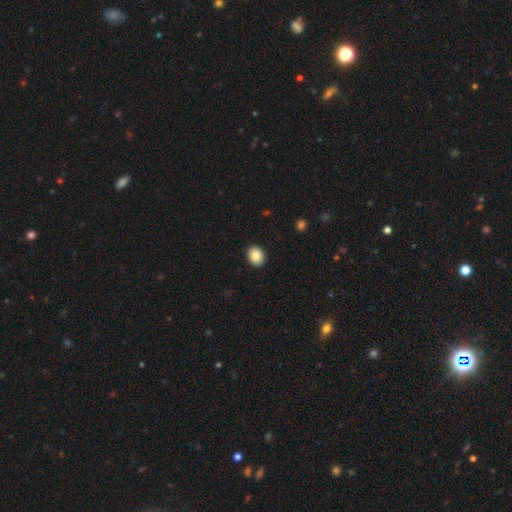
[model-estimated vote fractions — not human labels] Overall: smooth (85%). How rounded: round (57%; in between 42%). Merging: none (92%).